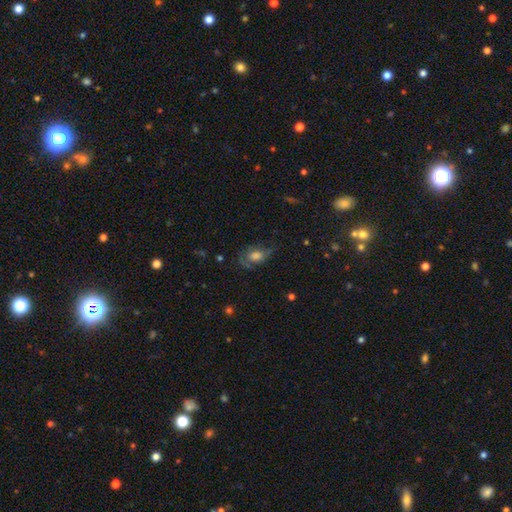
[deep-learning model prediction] smooth 51%, featured or disk 36%, star or artifact 13%. Down the decision tree: how rounded — in between (81%); merging — none (52%).